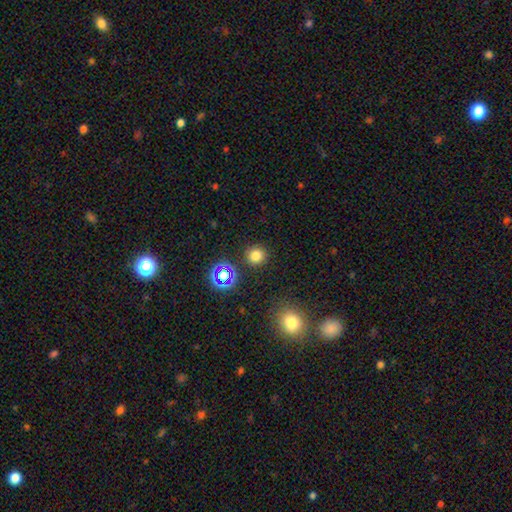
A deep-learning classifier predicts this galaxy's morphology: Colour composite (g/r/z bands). It shows a smooth galaxy with no disk features (73%) that is round (91%). Merging: none (88%).